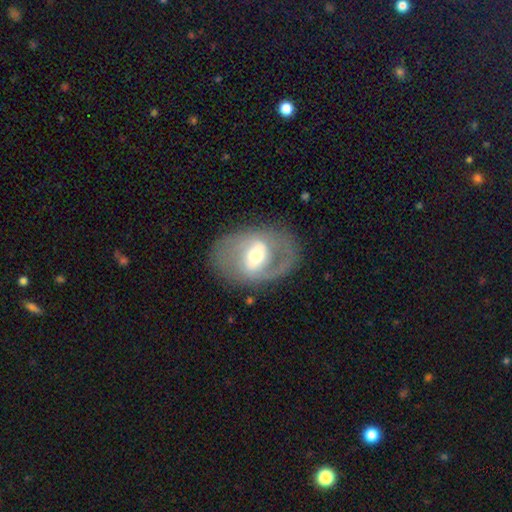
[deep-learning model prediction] Morphology: type=featured or disk (73%); edge-on=no (94%); bar=weak (43%); spiral arms=yes (65%); bulge=moderate (63%); merging=none (77%).